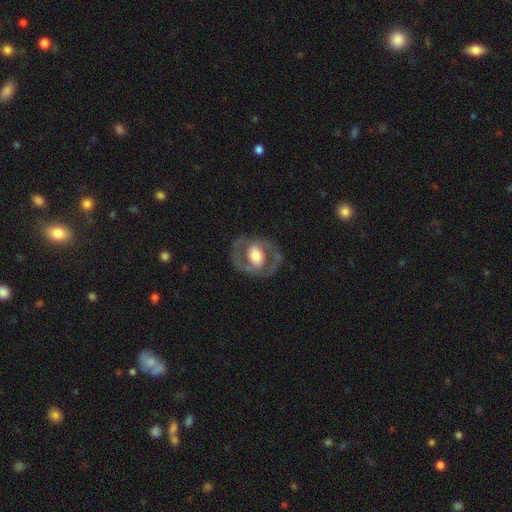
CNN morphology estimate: smooth_or_featured: featured or disk (p=0.72) [alt: smooth p=0.23]
disk_edge_on: no (p=0.96) [alt: yes p=0.04]
bar: no (p=0.40) [alt: weak p=0.34]
has_spiral_arms: yes (p=0.62) [alt: no p=0.38]
bulge_size: moderate (p=0.50) [alt: large p=0.37]
merging: none (p=0.77) [alt: minor disturbance p=0.13]